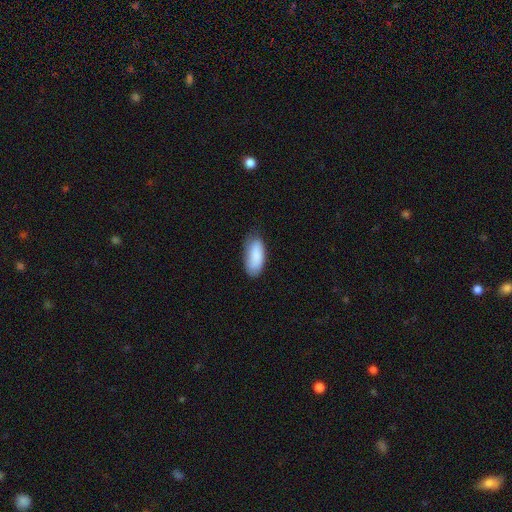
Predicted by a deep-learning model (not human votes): A smooth galaxy with no disk features (85%) that is in between round and cigar-shaped (89%). Merging: none (69%).